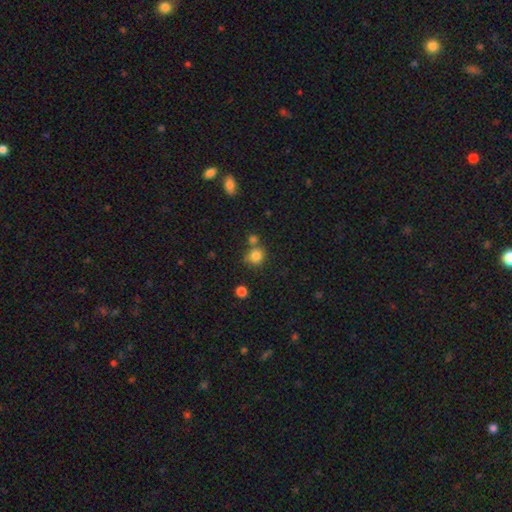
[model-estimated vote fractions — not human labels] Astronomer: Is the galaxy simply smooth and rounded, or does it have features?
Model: smooth — 82%.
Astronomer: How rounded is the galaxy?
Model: round — 87%.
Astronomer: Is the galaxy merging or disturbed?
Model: none — 64%.